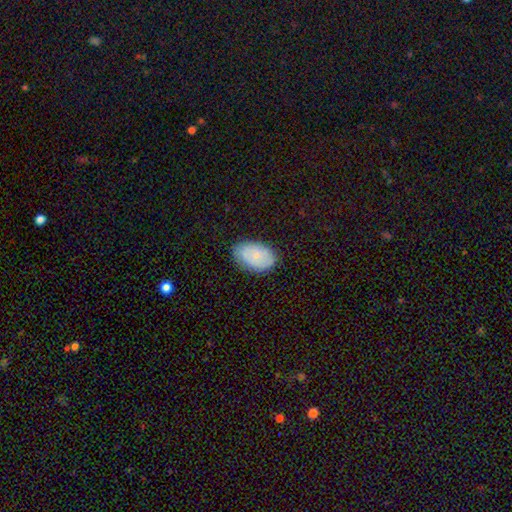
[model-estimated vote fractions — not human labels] This appears to be a smooth galaxy with no disk features (68%) that is in between round and cigar-shaped (91%). Merging: none (78%).